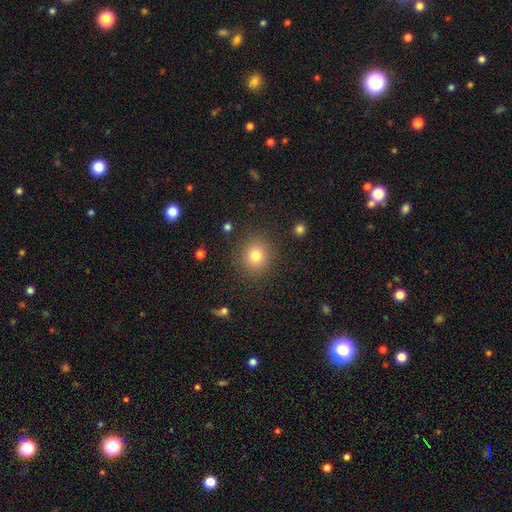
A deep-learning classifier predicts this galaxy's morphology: This appears to be a smooth galaxy with no disk features (80%) that is round (87%). Merging: none (88%).